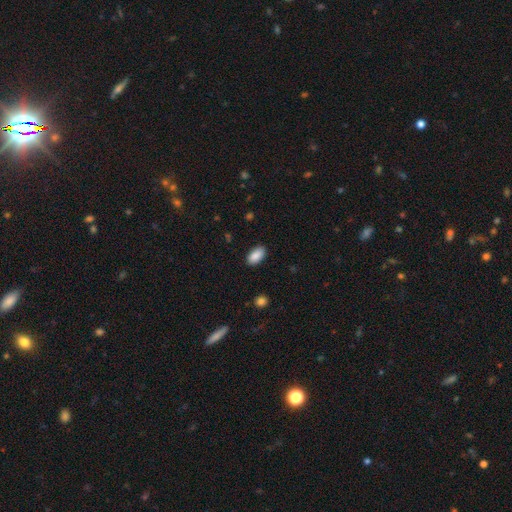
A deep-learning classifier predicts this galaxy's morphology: A smooth galaxy with no disk features (89%) that is in between round and cigar-shaped (94%). Merging: none (87%).